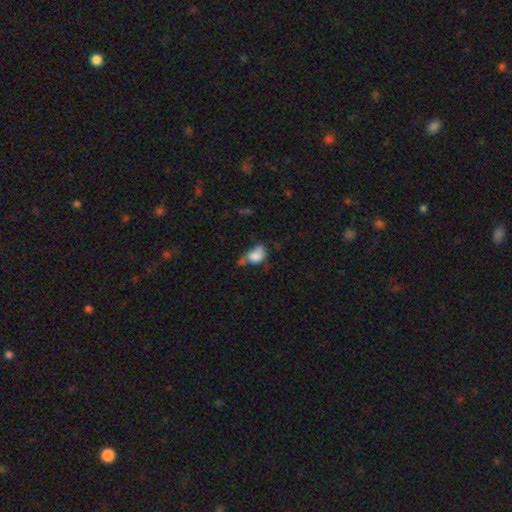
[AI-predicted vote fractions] Q: Smooth or featured?
A: smooth (76%); runner-up: featured or disk (15%)
Q: How rounded?
A: in between (79%); runner-up: round (19%)
Q: Merging?
A: minor disturbance (33%); runner-up: none (26%)